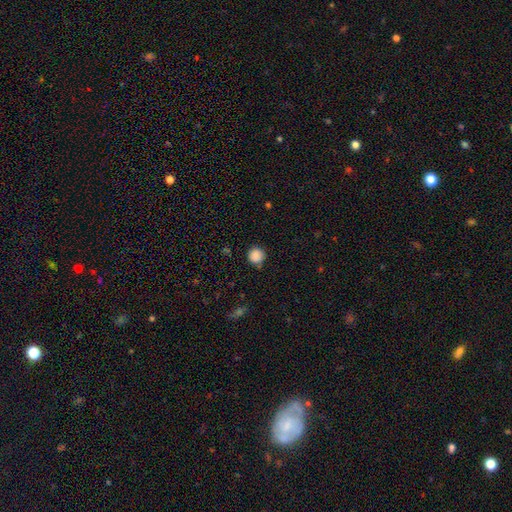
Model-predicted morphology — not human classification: The model was most divided on "merging": none: 82%, minor disturbance: 12%, major disturbance: 3%, merger: 3%. More confident: how rounded — round (93%); smooth or featured — smooth (87%).